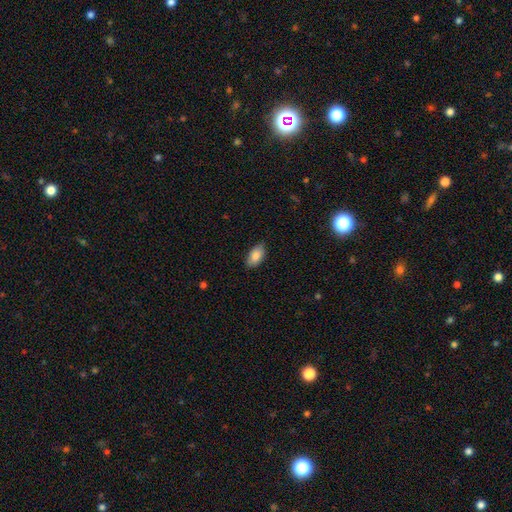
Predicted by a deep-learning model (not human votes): Smooth or featured? smooth (85%)
How rounded? in between (93%)
Merging? none (82%)